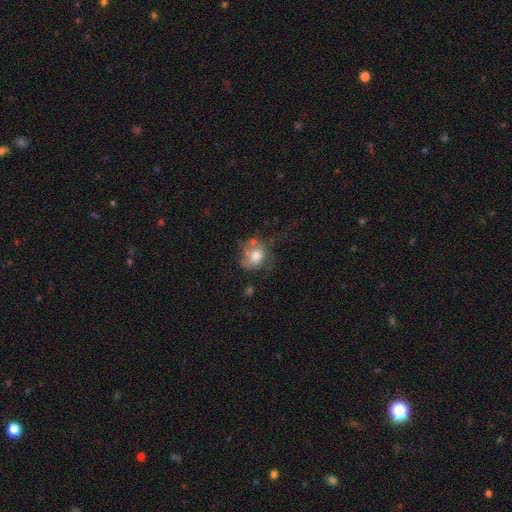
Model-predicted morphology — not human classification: A smooth galaxy with no disk features (59%) that is round (56%).

Vote fractions:
- Smooth or featured? smooth: 59% / featured or disk: 32% / star or artifact: 9%
- How rounded? round: 56% / in between: 43% / cigar-shaped: 1%
- Merging? none: 35% / major disturbance: 28% / minor disturbance: 26% / merger: 11%